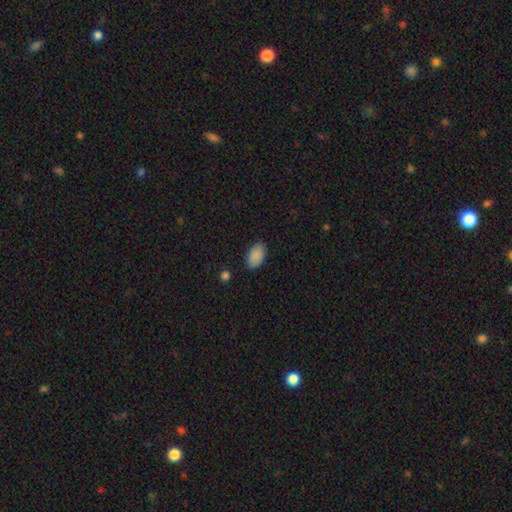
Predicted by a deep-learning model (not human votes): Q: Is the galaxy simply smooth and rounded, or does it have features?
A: smooth — 89%.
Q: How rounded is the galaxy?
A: in between — 93%.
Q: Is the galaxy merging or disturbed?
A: none — 84%.